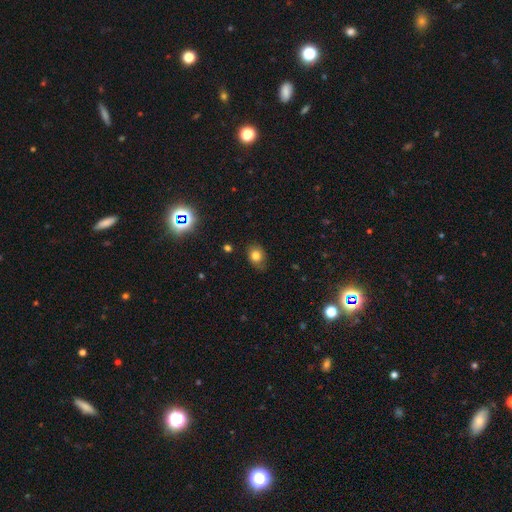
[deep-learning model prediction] The model was most divided on "how rounded": in between: 51%, round: 48%, cigar-shaped: 1%. More confident: smooth or featured — smooth (78%); merging — none (76%).